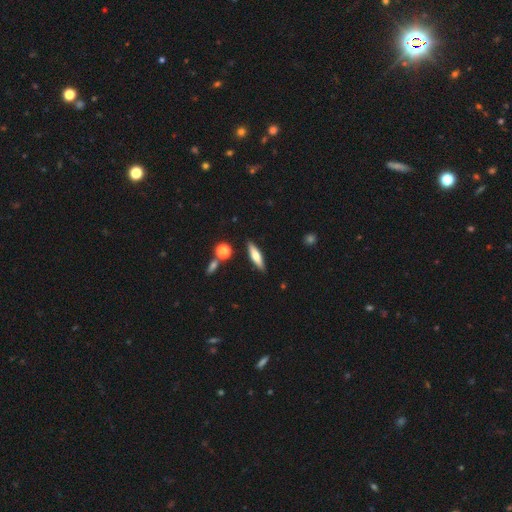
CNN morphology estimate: Smooth or featured? Predicted: smooth (p=0.54). How rounded? Predicted: cigar-shaped (p=0.73). Merging? Predicted: none (p=0.86).